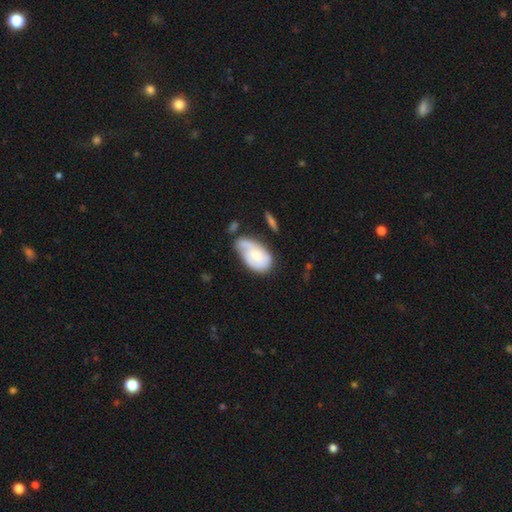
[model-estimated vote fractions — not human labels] smooth-or-featured: smooth: 48% | featured or disk: 46% | star or artifact: 6%
  merging: none: 39% | minor disturbance: 37% | major disturbance: 17% | merger: 8%